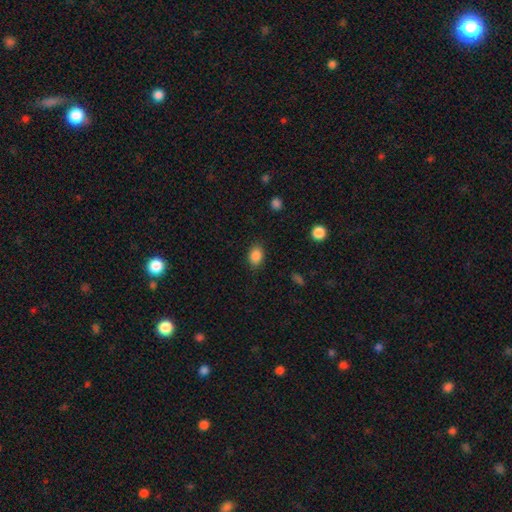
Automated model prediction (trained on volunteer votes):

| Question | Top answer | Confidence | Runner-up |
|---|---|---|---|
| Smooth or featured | smooth | 87% | star or artifact (9%) |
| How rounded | in between | 71% | round (27%) |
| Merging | none | 85% | minor disturbance (11%) |